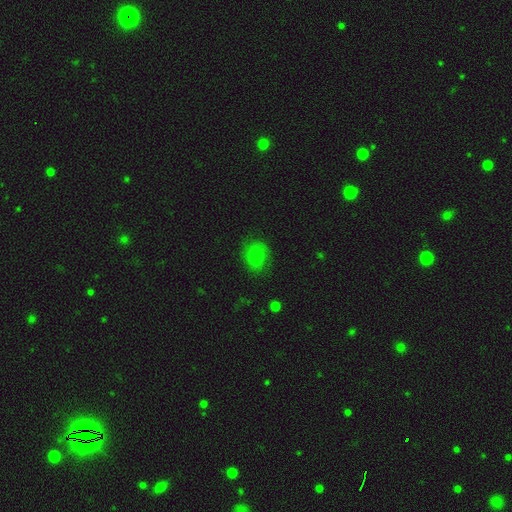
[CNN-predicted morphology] Smooth or featured? Predicted: smooth (p=0.78). How rounded? Predicted: round (p=0.56). Merging? Predicted: none (p=0.72).